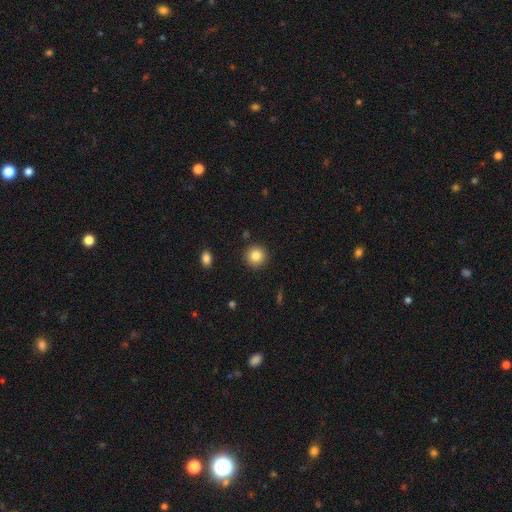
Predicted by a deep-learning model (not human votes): Overall: smooth (84%). How rounded: round (94%). Merging: none (90%).